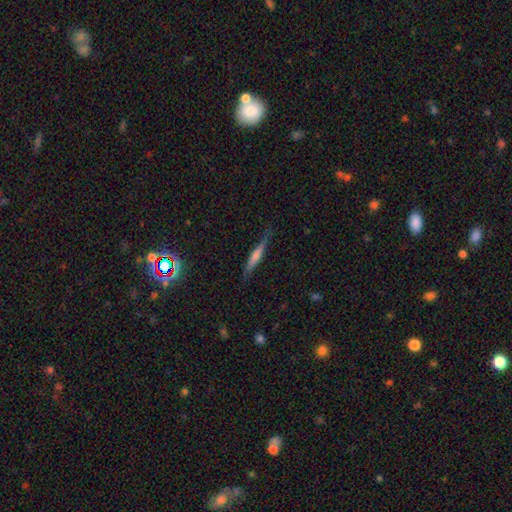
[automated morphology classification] featured or disk 56%, smooth 32%, star or artifact 12%. Down the decision tree: edge-on disk — yes (95%); edge-on bulge — rounded (51%); merging — none (83%).